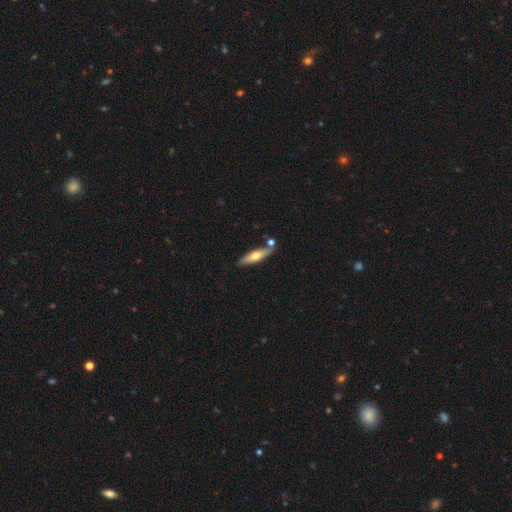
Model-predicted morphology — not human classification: smooth-or-featured: smooth: 54% | featured or disk: 40% | star or artifact: 6%
  how-rounded: cigar-shaped: 71% | in between: 27% | round: 2%
  merging: none: 73% | minor disturbance: 12% | merger: 12% | major disturbance: 3%